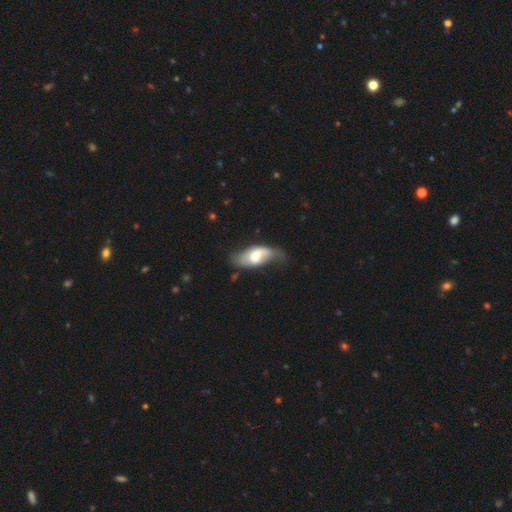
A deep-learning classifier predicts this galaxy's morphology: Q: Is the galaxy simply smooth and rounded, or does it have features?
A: featured or disk — 49%.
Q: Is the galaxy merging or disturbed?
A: none — 42%.